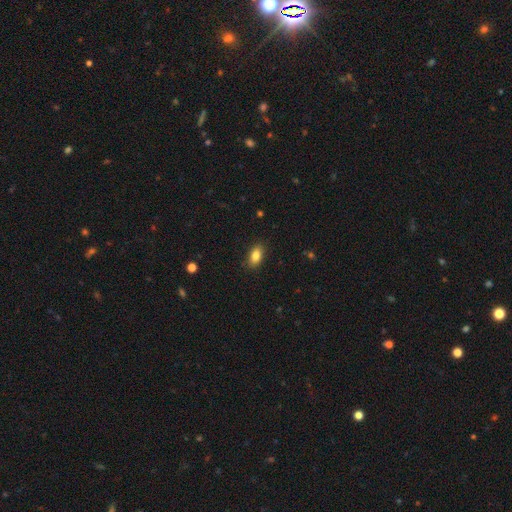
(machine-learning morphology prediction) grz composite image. It shows a smooth galaxy with no disk features (84%) that is in between round and cigar-shaped (89%). Merging: none (87%).